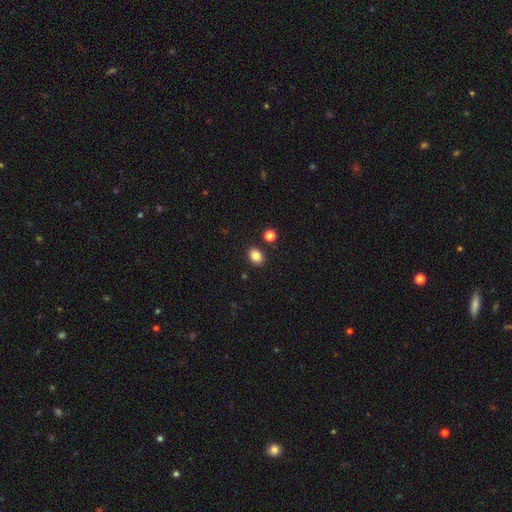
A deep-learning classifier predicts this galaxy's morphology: Q: Smooth or featured?
A: smooth (85%); runner-up: star or artifact (10%)
Q: How rounded?
A: in between (64%); runner-up: round (36%)
Q: Merging?
A: none (86%); runner-up: minor disturbance (8%)